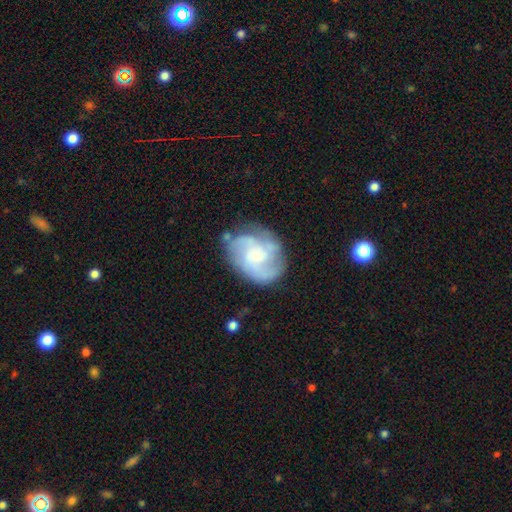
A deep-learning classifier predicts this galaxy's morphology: smooth-or-featured: featured or disk: 78% | smooth: 16% | star or artifact: 6%
  disk-edge-on: no: 98% | yes: 2%
    bar: no: 62% | weak: 33% | strong: 6%
    has-spiral-arms: yes: 94% | no: 6%
      spiral-winding: medium: 48% | tight: 34% | loose: 18%
      spiral-arm-count: 3: 35% | 2: 32% | can't tell: 18% | 4: 7% | 1: 4% | more than 4: 4%
    bulge-size: small: 49% | moderate: 32% | none: 11% | large: 7% | dominant: 2%
  merging: none: 67% | minor disturbance: 20% | major disturbance: 10% | merger: 3%